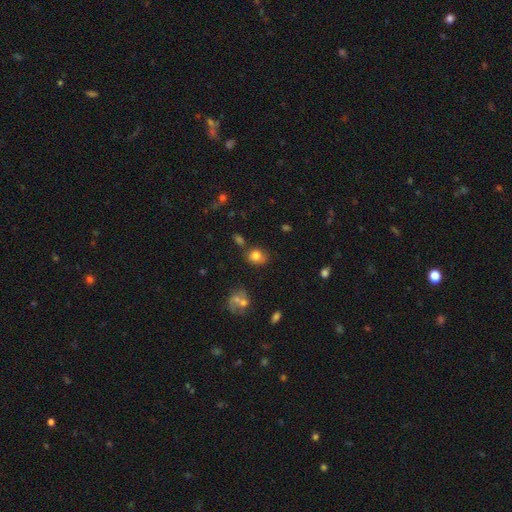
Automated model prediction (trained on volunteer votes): Morphology: type=smooth (80%); roundness=round (58%); merging=none (66%).